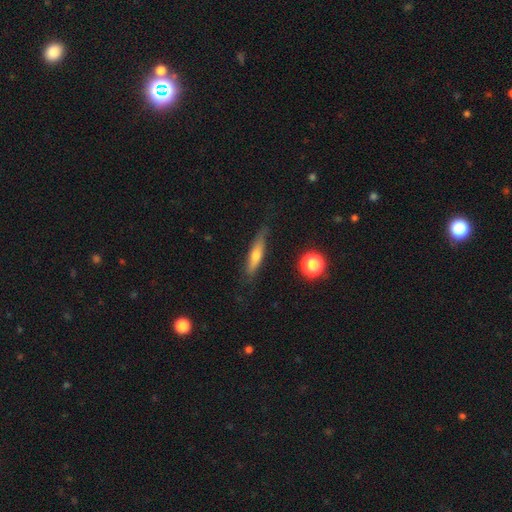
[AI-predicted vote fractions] smooth_or_featured: smooth (p=0.50) [alt: featured or disk p=0.42]
how_rounded: cigar-shaped (p=0.81) [alt: in between p=0.16]
merging: none (p=0.77) [alt: minor disturbance p=0.18]